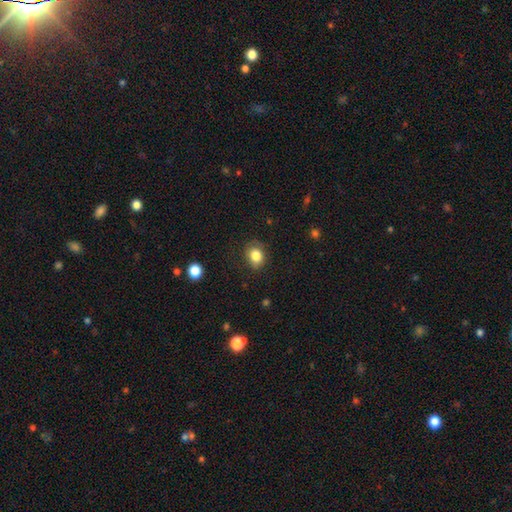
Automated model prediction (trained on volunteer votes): This appears to be a smooth galaxy with no disk features (83%) that is round (53%). Merging: none (76%).